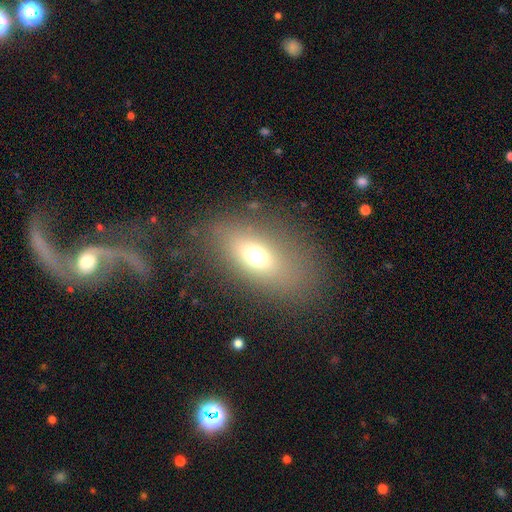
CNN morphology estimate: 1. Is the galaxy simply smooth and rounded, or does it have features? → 67% smooth, 19% featured or disk, 15% star or artifact.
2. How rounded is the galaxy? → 80% in between, 12% round, 9% cigar-shaped.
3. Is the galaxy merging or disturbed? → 80% none, 11% minor disturbance, 7% major disturbance, 2% merger.